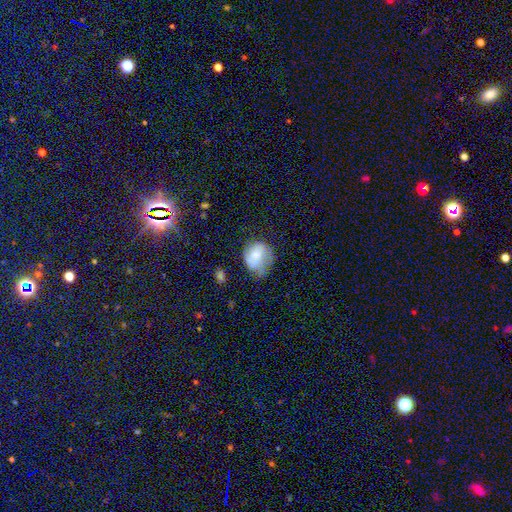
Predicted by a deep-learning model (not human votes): Smooth or featured? Predicted: smooth (p=0.57). How rounded? Predicted: round (p=0.58). Merging? Predicted: none (p=0.37, tied with minor disturbance).